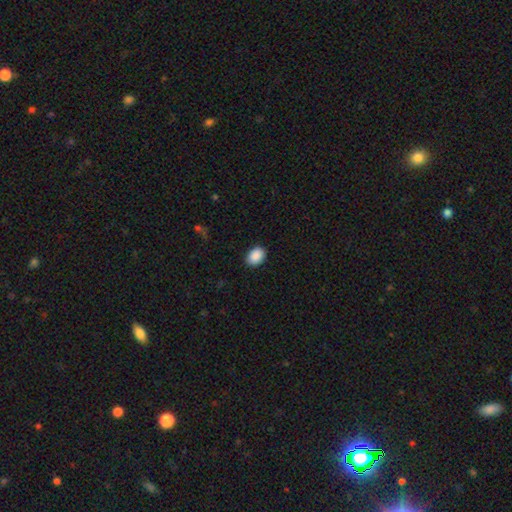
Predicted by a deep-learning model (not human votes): Morphology: type=smooth (90%); roundness=in between (73%); merging=none (89%).